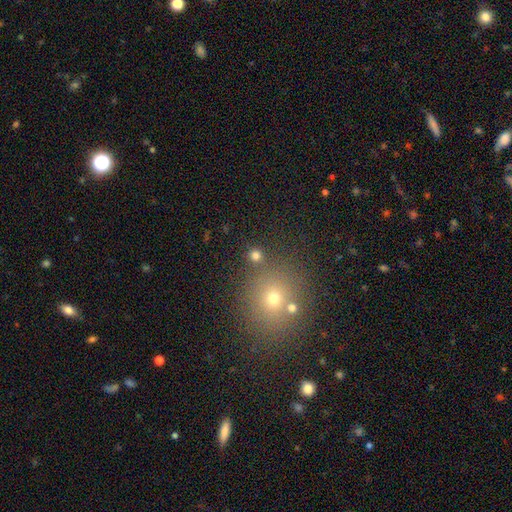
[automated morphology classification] smooth 74%, star or artifact 19%, featured or disk 7%. Down the decision tree: how rounded — round (91%); merging — none (76%).